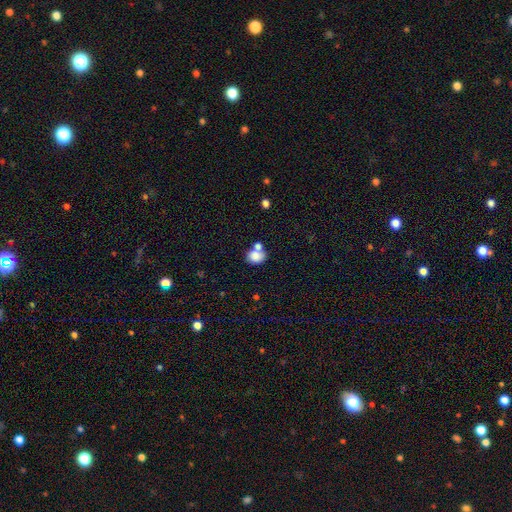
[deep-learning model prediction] A smooth galaxy with no disk features (81%) that is round (54%).

Vote fractions:
- Smooth or featured? smooth: 81% / star or artifact: 9% / featured or disk: 9%
- How rounded? round: 54% / in between: 45% / cigar-shaped: 1%
- Merging? none: 42% / merger: 40% / minor disturbance: 12% / major disturbance: 5%